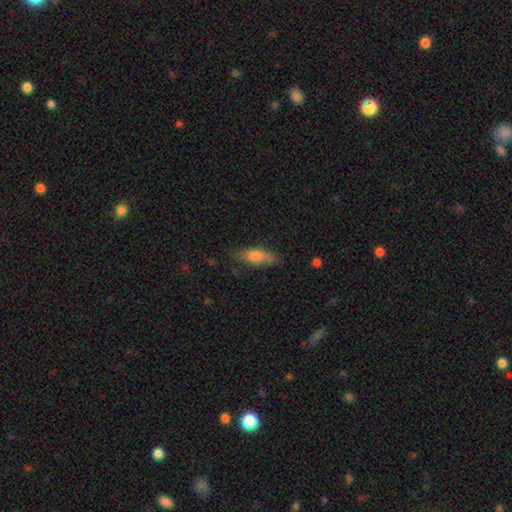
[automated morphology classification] type=smooth (67%); roundness=in between (56%); merging=none (76%).